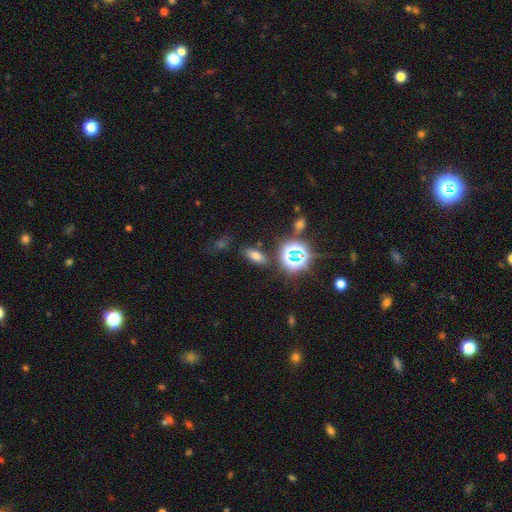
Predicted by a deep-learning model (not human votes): Smooth or featured? Predicted: smooth (p=0.63). How rounded? Predicted: in between (p=0.77). Merging? Predicted: none (p=0.82).